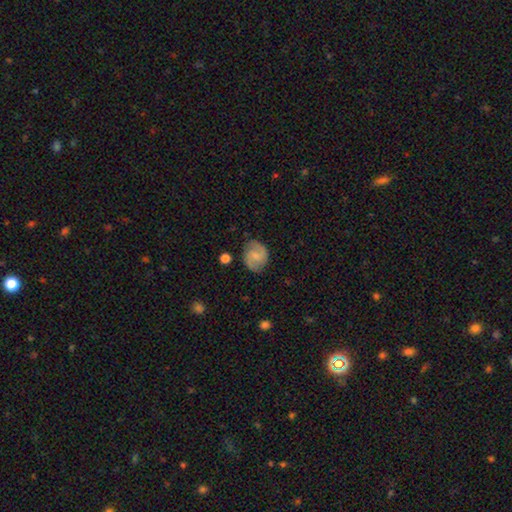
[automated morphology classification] smooth-or-featured: featured or disk: 69% | smooth: 24% | star or artifact: 6%
  disk-edge-on: no: 98% | yes: 2%
    bar: weak: 46% (tied) | no: 46% (tied) | strong: 8%
    has-spiral-arms: yes: 94% | no: 6%
      spiral-winding: medium: 52% | tight: 26% | loose: 22%
      spiral-arm-count: 2: 90% | can't tell: 5% | 1: 2% | 3: 1% | 4: 1% | more than 4: 1%
    bulge-size: small: 59% | moderate: 30% | none: 9% | large: 1% | dominant: 1%
  merging: none: 81% | minor disturbance: 14% | major disturbance: 4% | merger: 2%